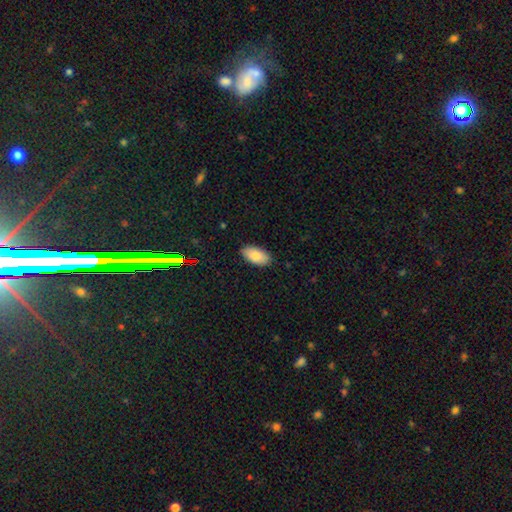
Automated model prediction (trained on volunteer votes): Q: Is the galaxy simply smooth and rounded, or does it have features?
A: smooth — 83%.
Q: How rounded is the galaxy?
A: in between — 94%.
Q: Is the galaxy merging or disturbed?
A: none — 86%.